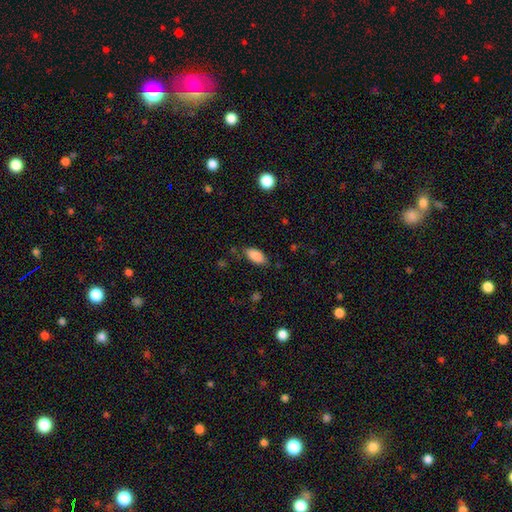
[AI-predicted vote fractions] This is clearly a smooth galaxy (88%). How rounded: clearly in between (89%). Merging: clearly none (81%).